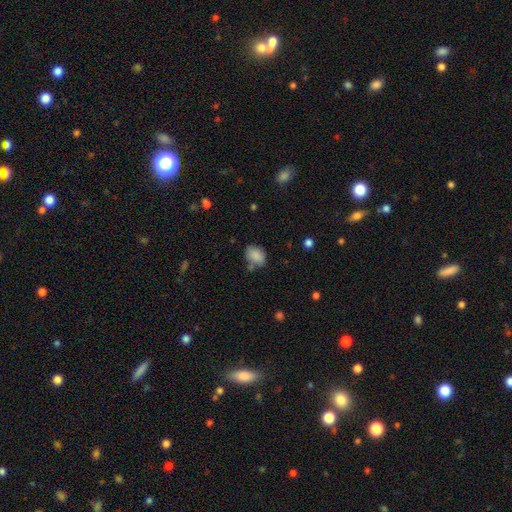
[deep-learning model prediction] Morphology: type=smooth (86%); roundness=in between (69%); merging=none (65%).